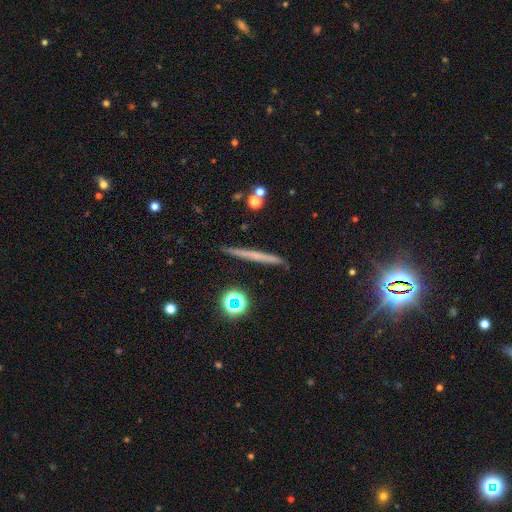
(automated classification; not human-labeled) The model was most divided on "smooth or featured": featured or disk: 46%, smooth: 43%, star or artifact: 12%. More confident: merging — none (90%).